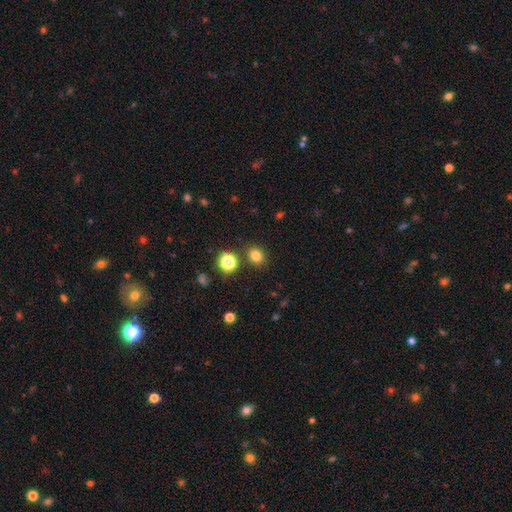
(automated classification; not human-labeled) A smooth galaxy with no disk features (79%) that is round (64%). Merging: none (84%).